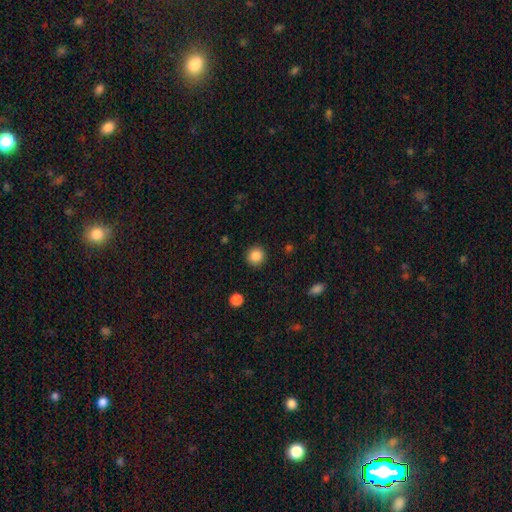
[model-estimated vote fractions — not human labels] Q: Smooth or featured?
A: smooth (87%); runner-up: star or artifact (10%)
Q: How rounded?
A: round (92%); runner-up: in between (7%)
Q: Merging?
A: none (92%); runner-up: minor disturbance (5%)